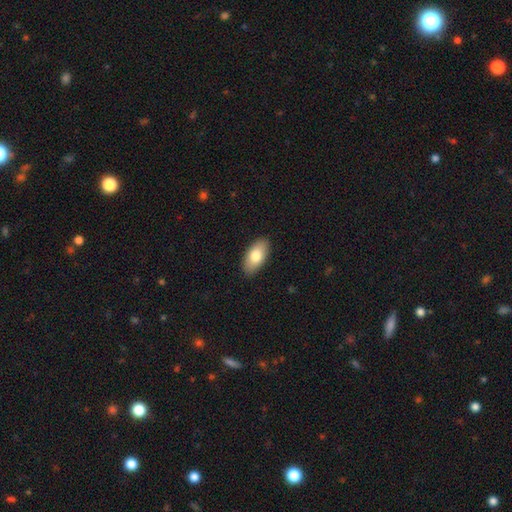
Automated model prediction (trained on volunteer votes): Smooth or featured? smooth (79%)
How rounded? in between (93%)
Merging? none (89%)